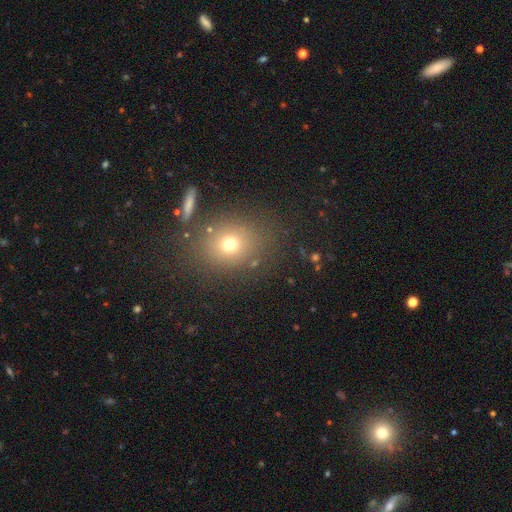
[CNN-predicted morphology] This is likely a smooth galaxy (62%). How rounded: possibly round (58%). Merging: likely none (79%).